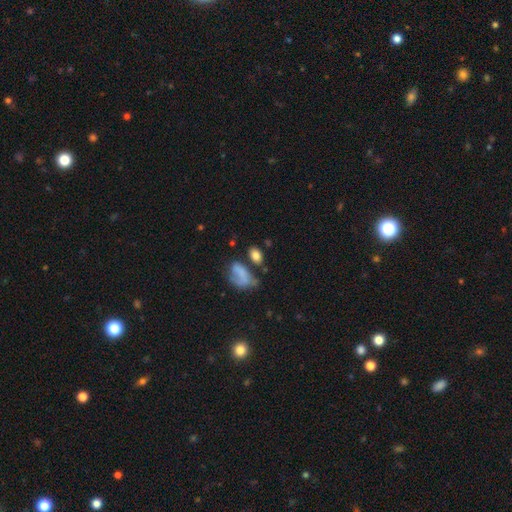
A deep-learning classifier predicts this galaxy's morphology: smooth_or_featured: smooth (p=0.80) [alt: star or artifact p=0.10]
how_rounded: in between (p=0.84) [alt: round p=0.13]
merging: none (p=0.58) [alt: minor disturbance p=0.18]